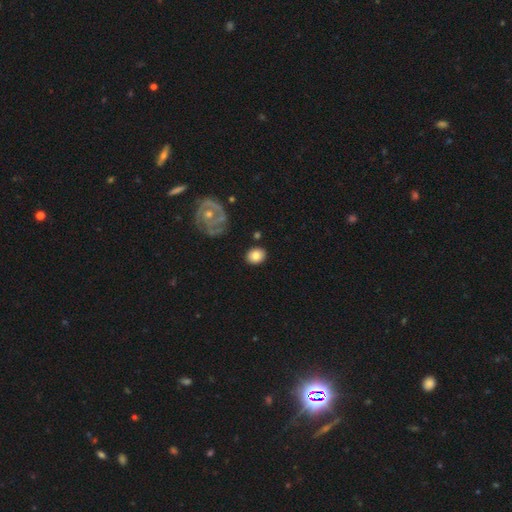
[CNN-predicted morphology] This appears to be a smooth galaxy with no disk features (79%) that is round (53%). Merging: none (82%).